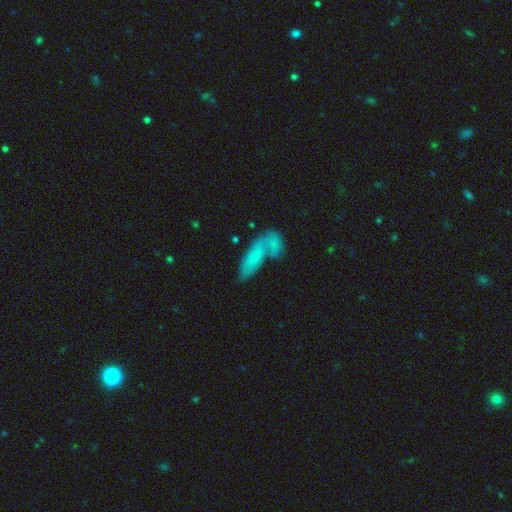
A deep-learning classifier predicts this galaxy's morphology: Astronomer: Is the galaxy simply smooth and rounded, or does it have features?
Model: smooth — 63%.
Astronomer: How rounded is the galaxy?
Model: in between — 65%.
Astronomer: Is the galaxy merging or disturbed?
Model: merger — 48% (runner-up: none, 31%).